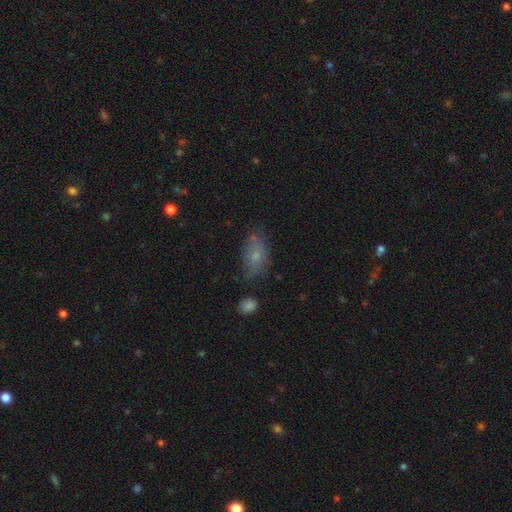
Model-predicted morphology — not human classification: smooth-or-featured: smooth: 66% | featured or disk: 24% | star or artifact: 10%
  how-rounded: in between: 88% | round: 8% | cigar-shaped: 4%
  merging: none: 57% | minor disturbance: 28% | major disturbance: 11% | merger: 4%